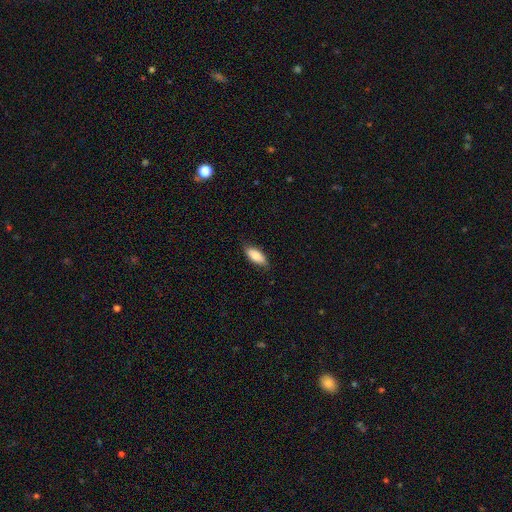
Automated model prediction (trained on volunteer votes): smooth 82%, featured or disk 12%, star or artifact 6%. Down the decision tree: how rounded — in between (83%); merging — none (79%).